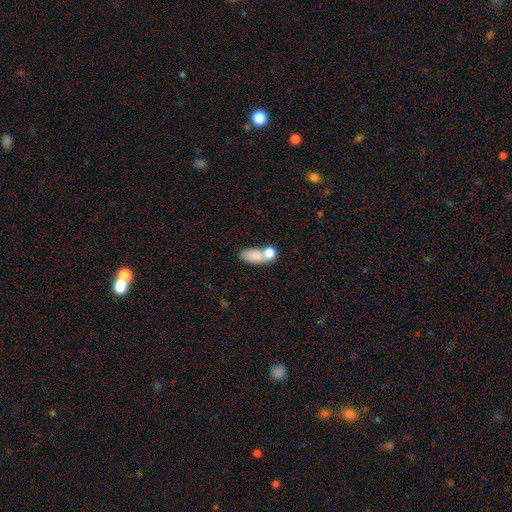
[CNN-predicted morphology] smooth 79%, featured or disk 12%, star or artifact 9%. Down the decision tree: how rounded — in between (80%); merging — merger (41%).